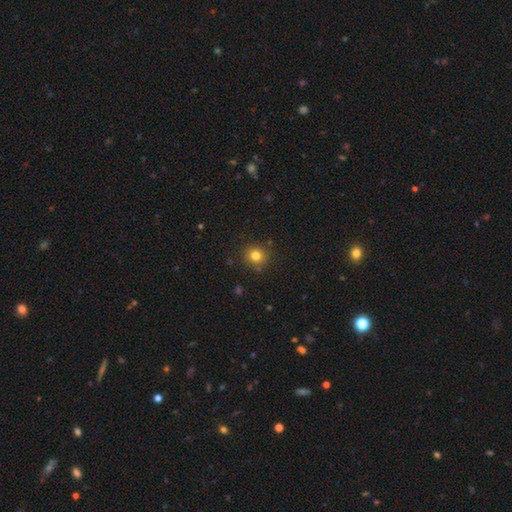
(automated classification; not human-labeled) Smooth or featured? smooth (79%)
How rounded? round (88%)
Merging? none (87%)